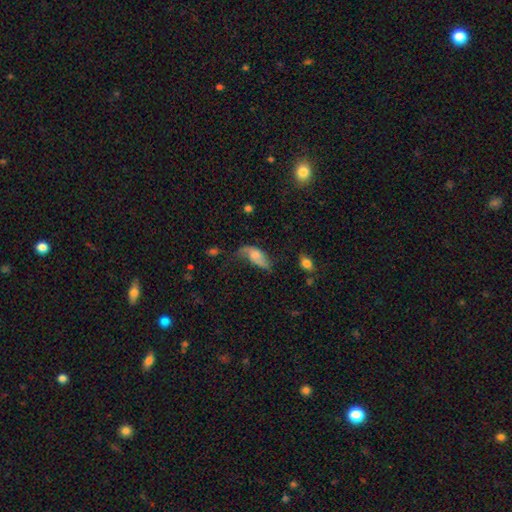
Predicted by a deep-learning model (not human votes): This appears to be a smooth galaxy with no disk features (52%) that is in between round and cigar-shaped (86%). Merging: major disturbance (34%).